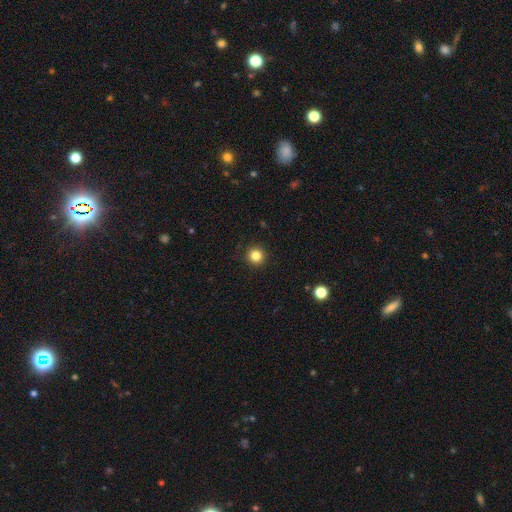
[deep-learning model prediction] This is clearly a smooth galaxy (84%). How rounded: clearly round (95%). Merging: clearly none (92%).